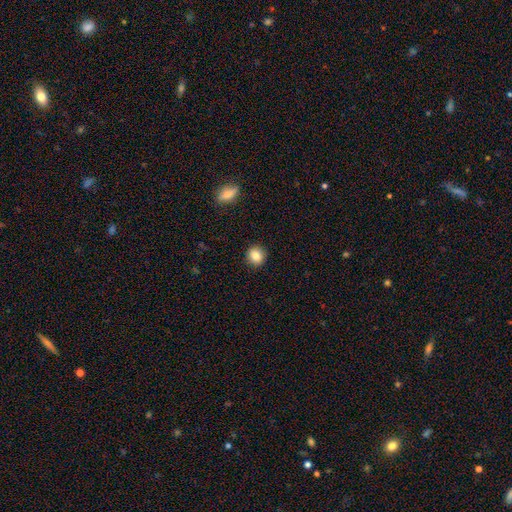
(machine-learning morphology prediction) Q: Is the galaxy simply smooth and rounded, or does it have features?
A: smooth — 83%.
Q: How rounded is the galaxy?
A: round — 89%.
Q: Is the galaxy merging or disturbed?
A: none — 92%.